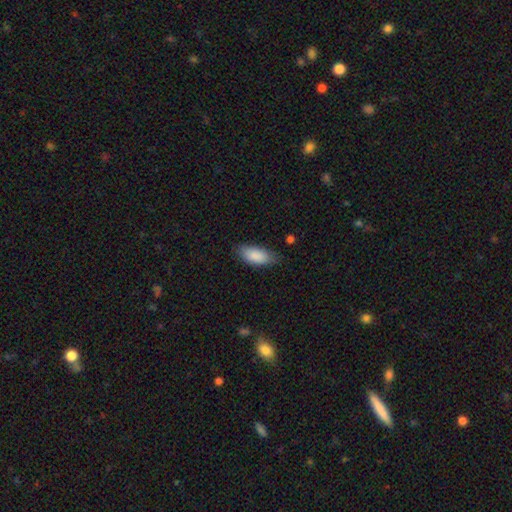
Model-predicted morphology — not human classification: smooth-or-featured: smooth: 88% | featured or disk: 6% | star or artifact: 6%
  how-rounded: in between: 86% | cigar-shaped: 12% | round: 2%
  merging: none: 74% | minor disturbance: 21% | major disturbance: 4% | merger: 1%